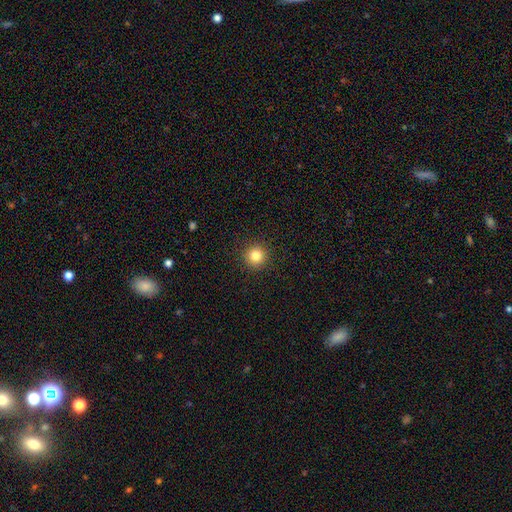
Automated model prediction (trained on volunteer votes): The model was most divided on "smooth or featured": smooth: 83%, star or artifact: 12%, featured or disk: 5%. More confident: how rounded — round (95%); merging — none (92%).